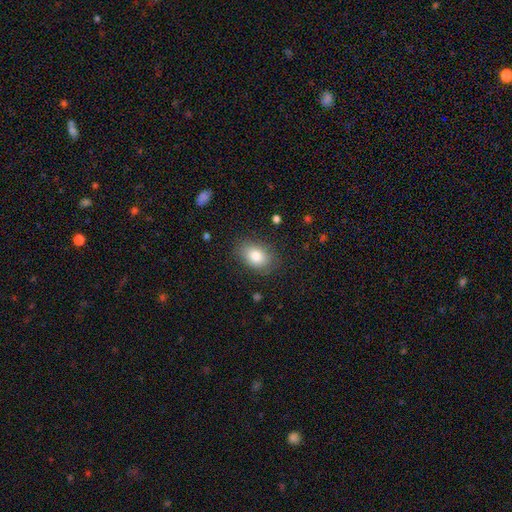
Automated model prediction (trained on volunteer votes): The model was most divided on "how rounded": in between: 82%, round: 17%, cigar-shaped: 1%. More confident: merging — none (81%); smooth or featured — smooth (81%).